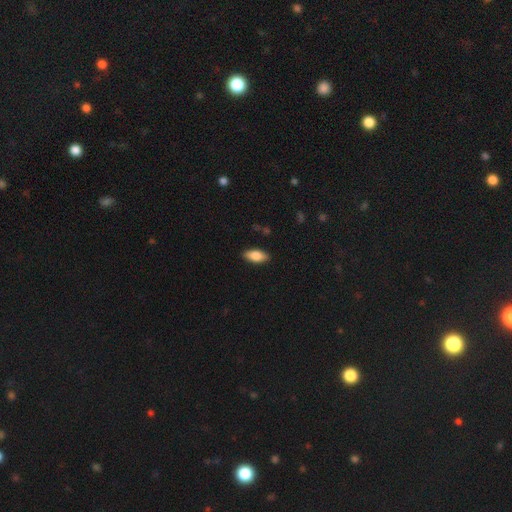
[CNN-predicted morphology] Q: Smooth or featured?
A: smooth (80%); runner-up: featured or disk (14%)
Q: How rounded?
A: in between (85%); runner-up: cigar-shaped (12%)
Q: Merging?
A: none (88%); runner-up: minor disturbance (9%)